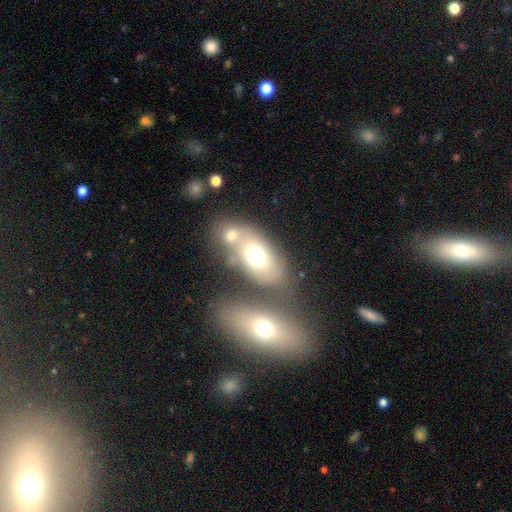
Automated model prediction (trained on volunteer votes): smooth 65%, featured or disk 26%, star or artifact 9%. Down the decision tree: how rounded — in between (86%); merging — merger (46%).